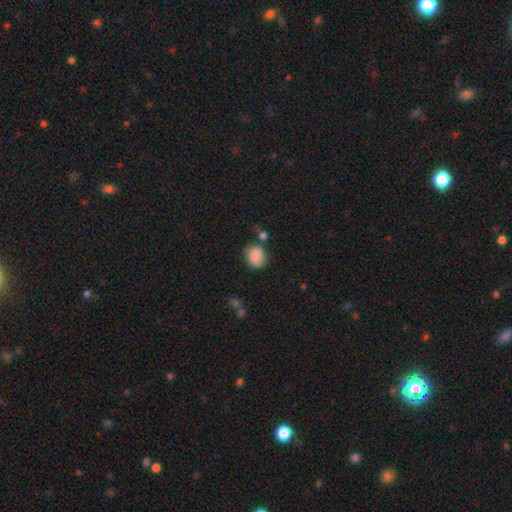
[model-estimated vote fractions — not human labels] The model was most divided on "how rounded": round: 70%, in between: 29%, cigar-shaped: 1%. More confident: smooth or featured — smooth (83%); merging — none (65%).